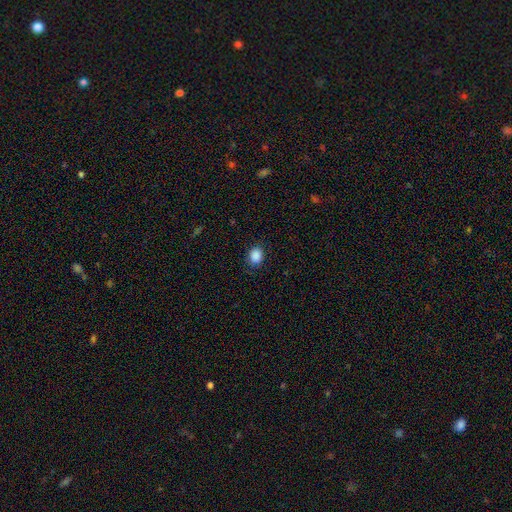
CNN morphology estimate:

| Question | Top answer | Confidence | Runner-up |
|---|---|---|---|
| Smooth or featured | smooth | 88% | star or artifact (9%) |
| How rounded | round | 56% | in between (43%) |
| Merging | none | 86% | minor disturbance (10%) |